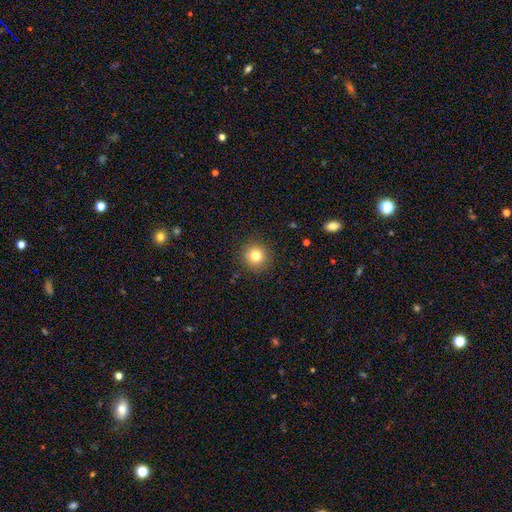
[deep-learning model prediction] This is likely a smooth galaxy (80%). How rounded: clearly round (94%). Merging: clearly none (90%).